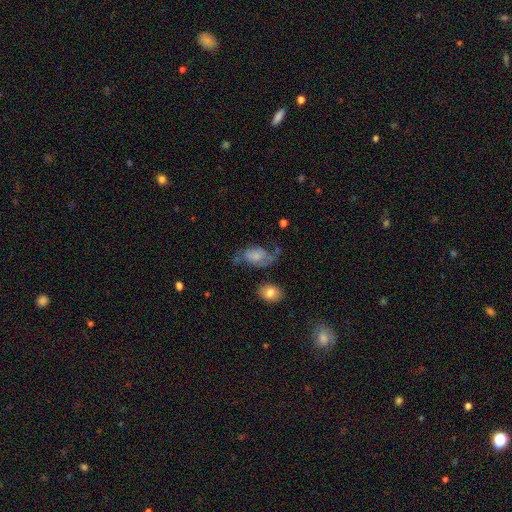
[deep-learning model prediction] A smooth galaxy with no disk features (61%) that is in between round and cigar-shaped (90%).

Vote fractions:
- Smooth or featured? smooth: 61% / featured or disk: 30% / star or artifact: 9%
- How rounded? in between: 90% / round: 8% / cigar-shaped: 2%
- Merging? none: 39% / minor disturbance: 30% / major disturbance: 23% / merger: 8%